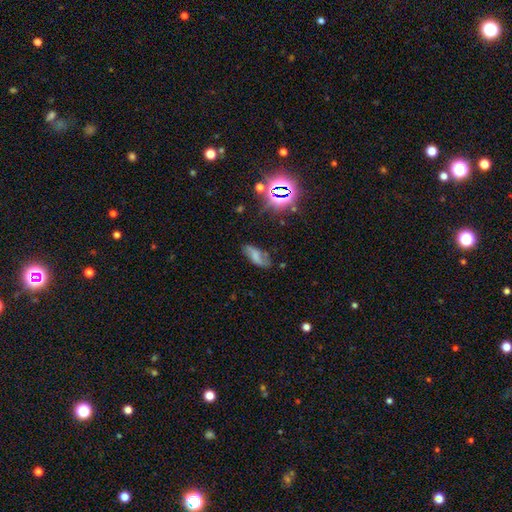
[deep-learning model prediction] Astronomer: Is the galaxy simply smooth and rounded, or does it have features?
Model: smooth — 49% (runner-up: featured or disk, 35%).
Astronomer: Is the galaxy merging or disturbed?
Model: none — 64%.